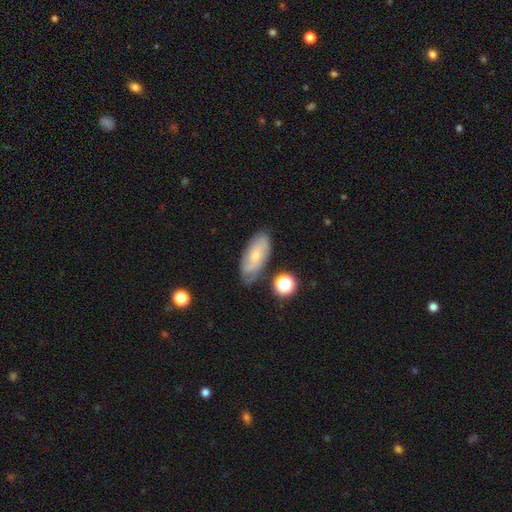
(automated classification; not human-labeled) Smooth or featured: featured or disk — 48% (smooth — 44%)
Merging: none — 68% (minor disturbance — 22%)